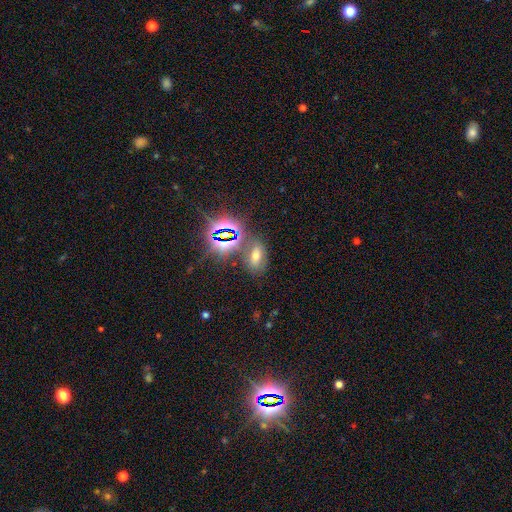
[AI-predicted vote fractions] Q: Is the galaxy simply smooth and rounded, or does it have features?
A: star or artifact — 45%.